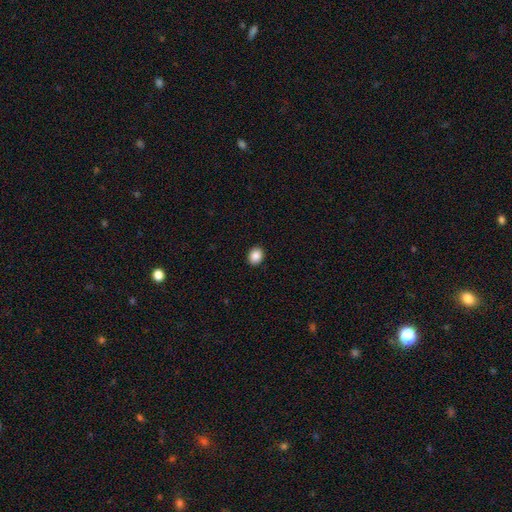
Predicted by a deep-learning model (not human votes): The model was most divided on "how rounded": round: 56%, in between: 44%, cigar-shaped: 1%. More confident: merging — none (92%); smooth or featured — smooth (88%).